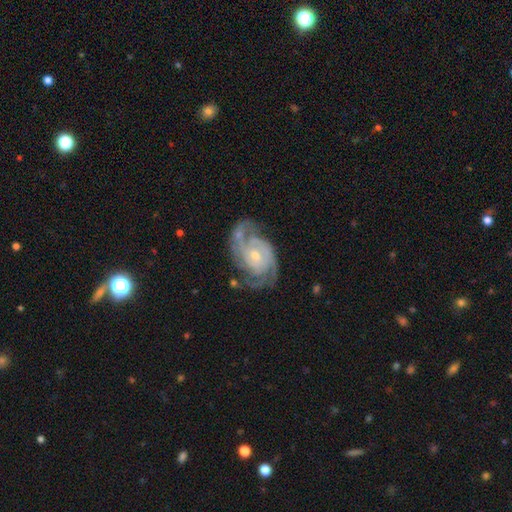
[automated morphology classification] Smooth or featured?
  - featured or disk: 91% *
  - smooth: 5%
  - star or artifact: 4%
Edge-on disk?
  - no: 98% *
  - yes: 2%
Bar?
  - no: 64% *
  - weak: 28%
  - strong: 7%
Spiral arms?
  - yes: 98% *
  - no: 2%
Spiral winding?
  - tight: 56% *
  - medium: 37%
  - loose: 7%
Spiral arm count?
  - 2: 52% *
  - 3: 23%
  - can't tell: 10%
  - 4: 6%
  - 1: 4%
  - more than 4: 4%
Bulge size?
  - small: 67% *
  - moderate: 29%
  - large: 2%
  - none: 2%
  - dominant: 1%
Merging?
  - none: 69% *
  - minor disturbance: 19%
  - major disturbance: 9%
  - merger: 3%